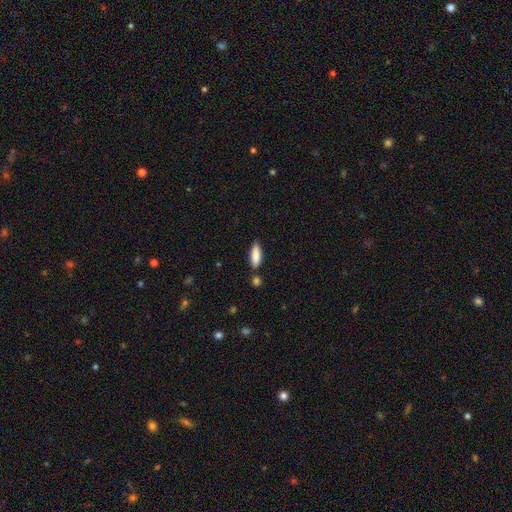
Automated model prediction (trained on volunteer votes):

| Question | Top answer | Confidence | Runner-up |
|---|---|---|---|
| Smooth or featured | smooth | 84% | featured or disk (10%) |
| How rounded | in between | 57% | cigar-shaped (41%) |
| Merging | none | 75% | minor disturbance (16%) |